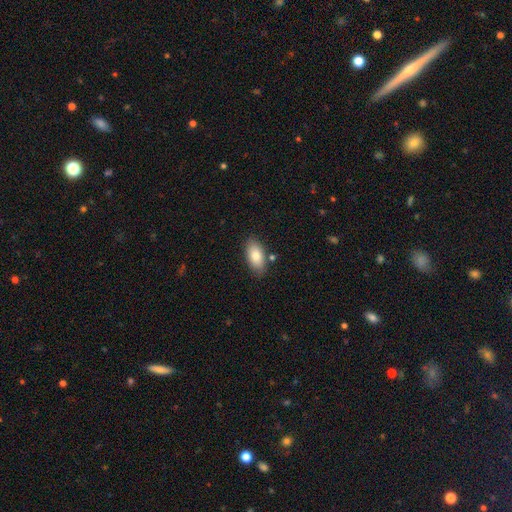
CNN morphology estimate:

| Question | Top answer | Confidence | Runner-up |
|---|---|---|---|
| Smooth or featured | smooth | 82% | featured or disk (11%) |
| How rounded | in between | 91% | cigar-shaped (5%) |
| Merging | none | 81% | minor disturbance (12%) |